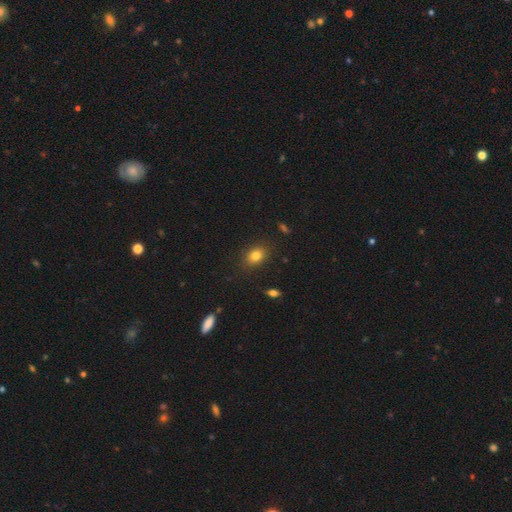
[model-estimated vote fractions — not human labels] Morphology: type=smooth (81%); roundness=in between (69%); merging=none (85%).